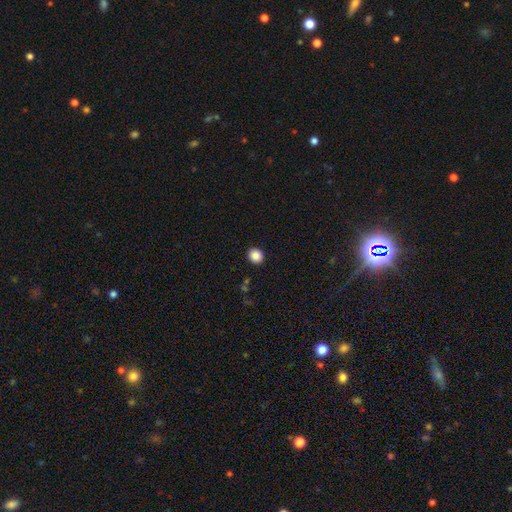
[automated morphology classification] The model was most divided on "how rounded": round: 83%, in between: 16%, cigar-shaped: 1%. More confident: merging — none (92%); smooth or featured — smooth (87%).